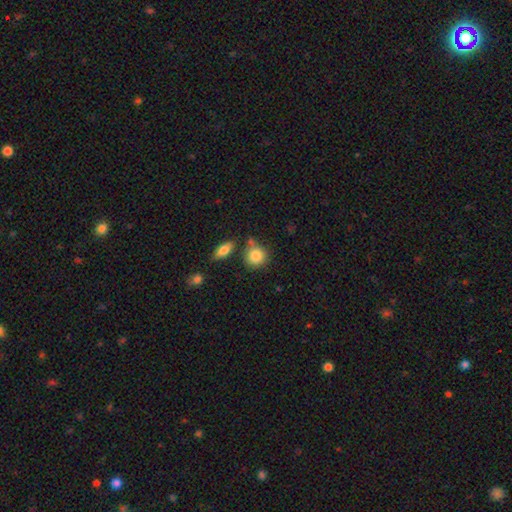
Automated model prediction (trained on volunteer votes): A smooth galaxy with no disk features (84%) that is round (83%). Merging: none (67%).